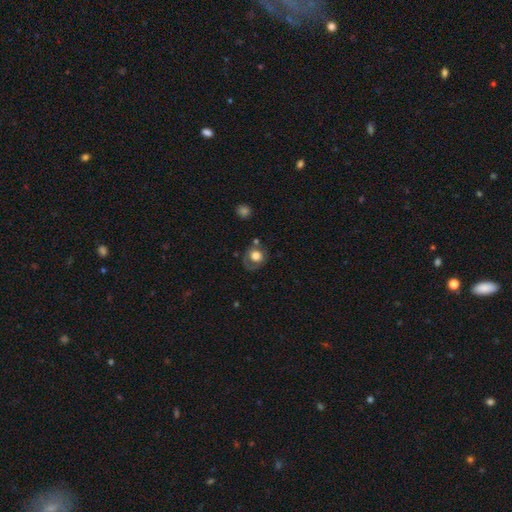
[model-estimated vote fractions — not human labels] smooth-or-featured: smooth: 67% | featured or disk: 23% | star or artifact: 9%
  how-rounded: round: 76% | in between: 24% | cigar-shaped: 1%
  merging: none: 54% | minor disturbance: 23% | major disturbance: 16% | merger: 7%